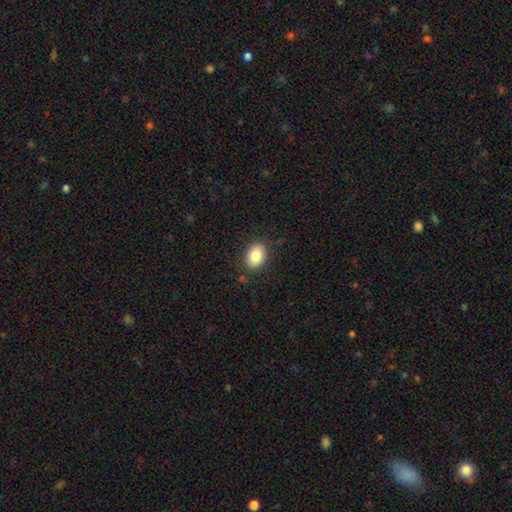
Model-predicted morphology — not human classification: Smooth or featured: smooth — 83% (featured or disk — 9%)
How rounded: in between — 76% (round — 23%)
Merging: none — 86% (minor disturbance — 10%)